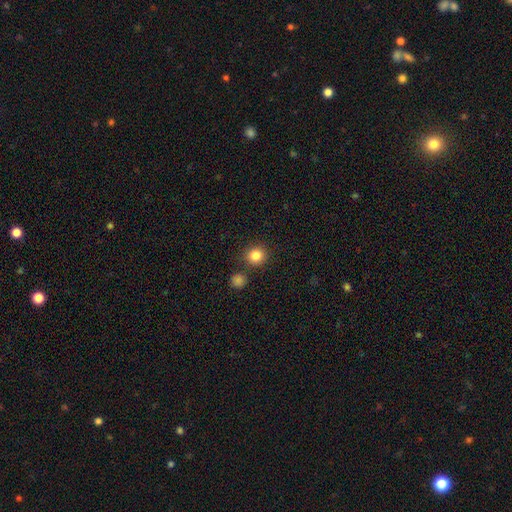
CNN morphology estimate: Smooth or featured?
  - smooth: 84% *
  - star or artifact: 11%
  - featured or disk: 5%
How rounded?
  - round: 91% *
  - in between: 9%
  - cigar-shaped: 1%
Merging?
  - none: 84% *
  - minor disturbance: 7%
  - merger: 6%
  - major disturbance: 2%